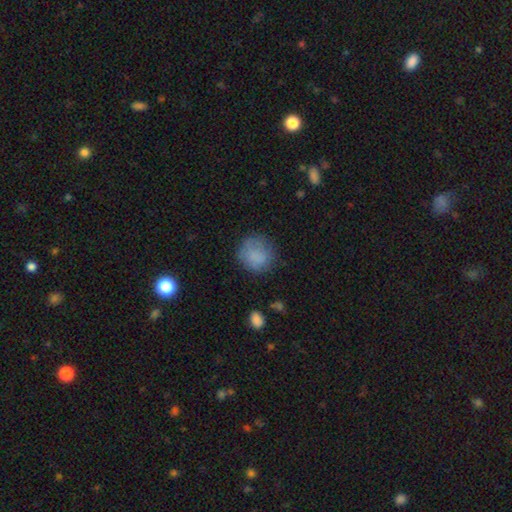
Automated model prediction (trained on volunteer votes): This appears to be a smooth galaxy with no disk features (79%) that is round (86%). Merging: none (69%).